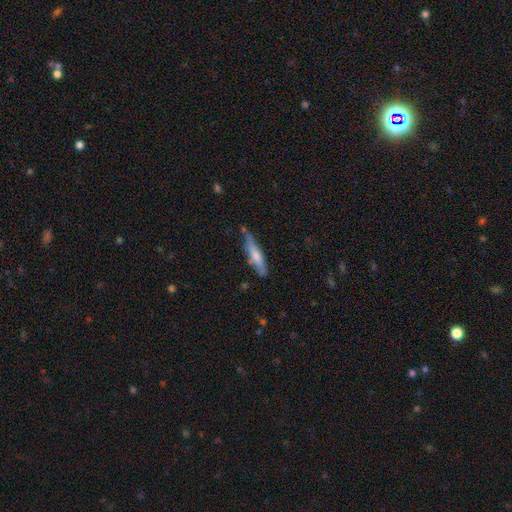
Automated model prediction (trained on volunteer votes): Morphology: type=smooth (66%); roundness=cigar-shaped (84%); merging=none (65%).